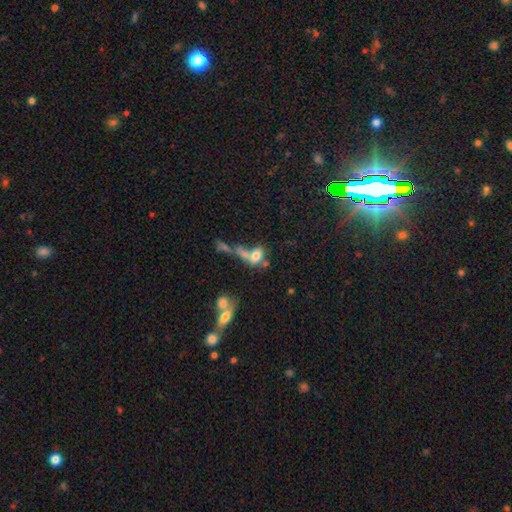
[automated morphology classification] Smooth or featured? smooth (65%)
How rounded? in between (70%)
Merging? merger (51%)